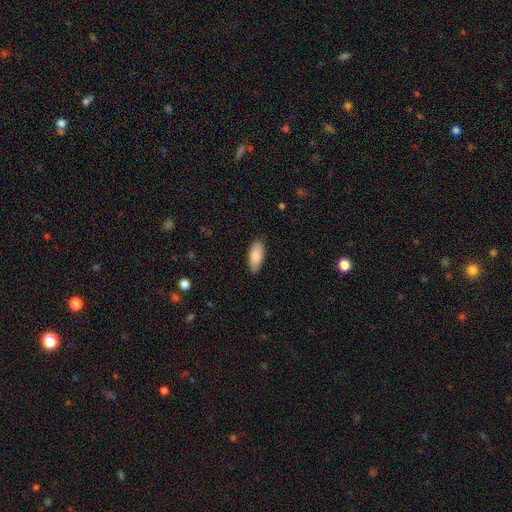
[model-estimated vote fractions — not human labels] smooth 86%, featured or disk 8%, star or artifact 6%. Down the decision tree: how rounded — in between (87%); merging — none (83%).